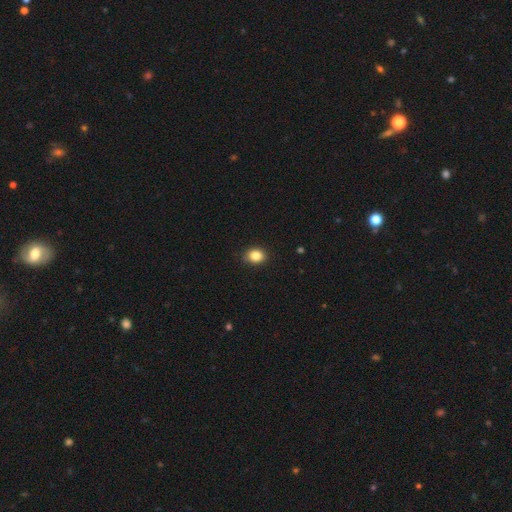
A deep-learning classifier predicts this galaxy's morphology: smooth_or_featured: smooth (p=0.85) [alt: star or artifact p=0.10]
how_rounded: in between (p=0.51) [alt: round p=0.48]
merging: none (p=0.86) [alt: minor disturbance p=0.11]